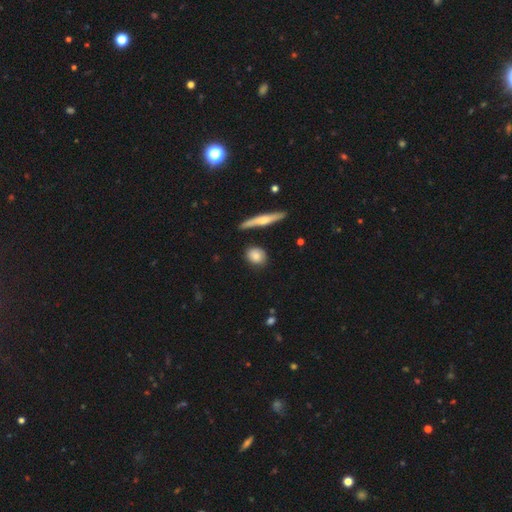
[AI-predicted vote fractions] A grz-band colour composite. It shows a smooth galaxy with no disk features (78%) that is round (61%). Merging: none (80%).